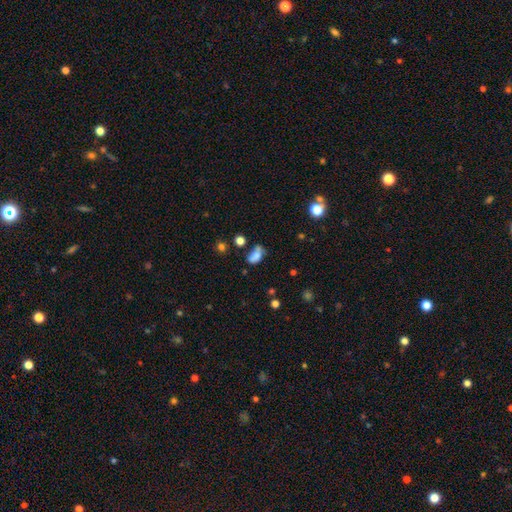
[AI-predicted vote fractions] A smooth galaxy with no disk features (67%) that is in between round and cigar-shaped (84%). Merging: none (34%).